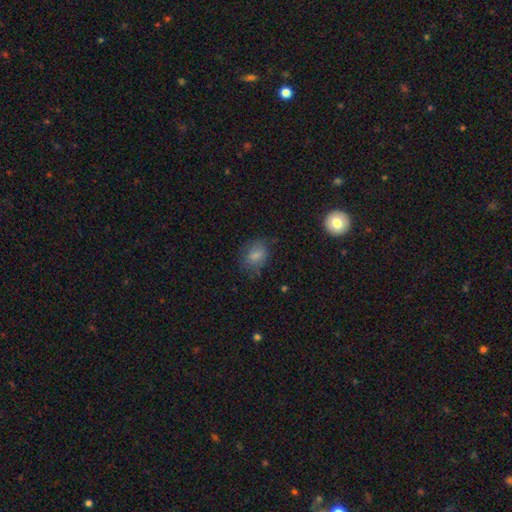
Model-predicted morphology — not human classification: A smooth galaxy with no disk features (75%) that is in between round and cigar-shaped (59%). Merging: none (73%).